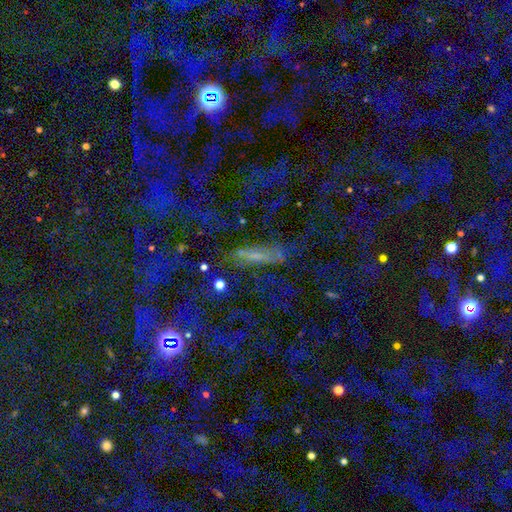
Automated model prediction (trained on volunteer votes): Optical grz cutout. It shows a smooth galaxy with no disk features (42%). Merging: none (70%).